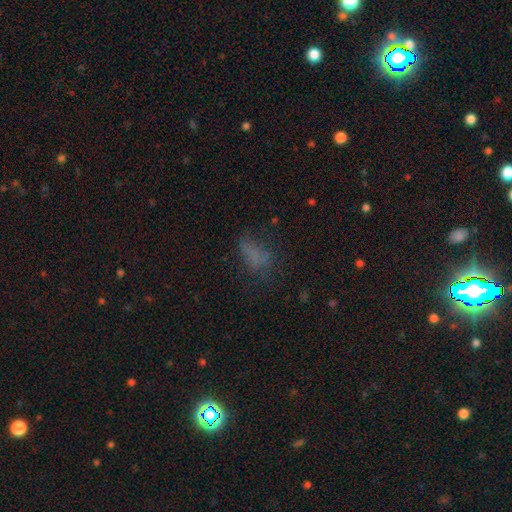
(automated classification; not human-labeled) smooth-or-featured: smooth: 61% | star or artifact: 22% | featured or disk: 17%
  how-rounded: in between: 80% | cigar-shaped: 11% | round: 10%
  merging: none: 50% | major disturbance: 24% | minor disturbance: 23% | merger: 3%